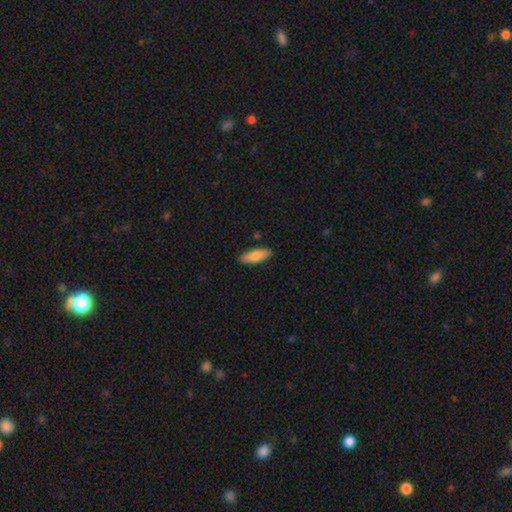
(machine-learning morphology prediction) This is clearly a smooth galaxy (81%). How rounded: likely in between (63%). Merging: clearly none (88%).